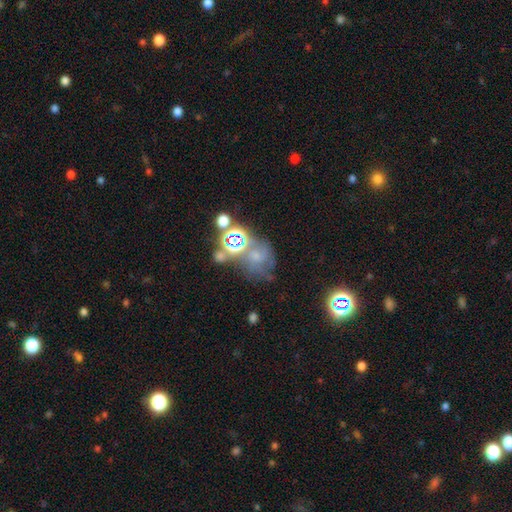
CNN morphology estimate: smooth-or-featured: smooth: 40% | star or artifact: 31% | featured or disk: 29%
  merging: none: 39% | merger: 24% | minor disturbance: 19% | major disturbance: 18%